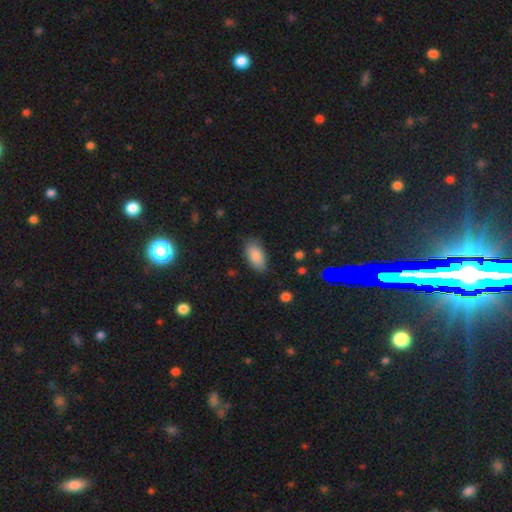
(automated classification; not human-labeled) Smooth or featured? smooth (87%)
How rounded? in between (93%)
Merging? none (82%)